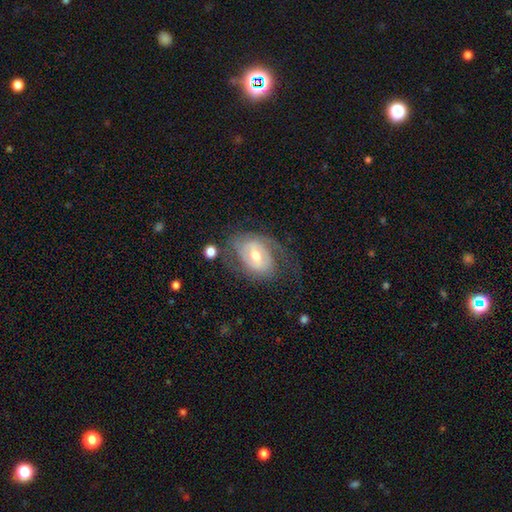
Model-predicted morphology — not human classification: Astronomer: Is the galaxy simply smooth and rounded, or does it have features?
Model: featured or disk — 73%.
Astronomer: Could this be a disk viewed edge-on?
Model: no — 95%.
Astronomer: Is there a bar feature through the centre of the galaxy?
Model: weak — 49% (runner-up: no, 31%).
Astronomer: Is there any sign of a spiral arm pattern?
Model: yes — 81%.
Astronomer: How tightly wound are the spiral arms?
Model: tight — 43% (runner-up: medium, 38%).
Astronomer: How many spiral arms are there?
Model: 2 — 58%.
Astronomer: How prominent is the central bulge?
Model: moderate — 65%.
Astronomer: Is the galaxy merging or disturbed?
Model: none — 55%.